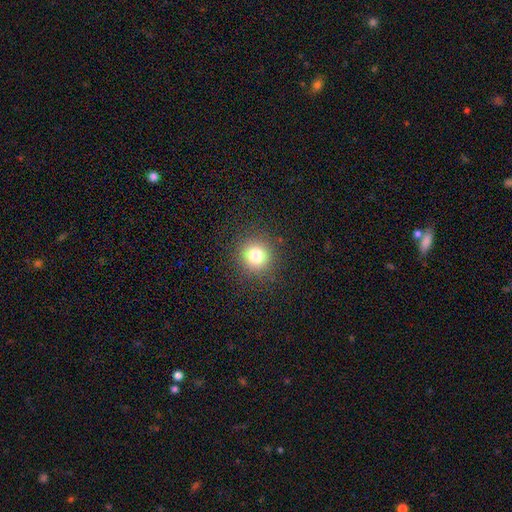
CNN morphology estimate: smooth 79%, star or artifact 14%, featured or disk 7%. Down the decision tree: how rounded — round (91%); merging — none (89%).